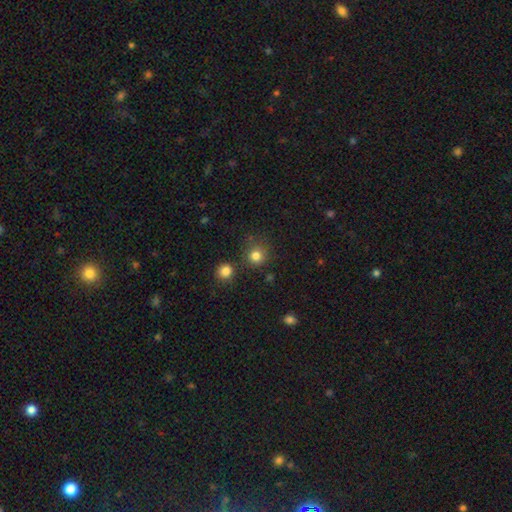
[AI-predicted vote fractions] smooth-or-featured: smooth: 81% | star or artifact: 14% | featured or disk: 5%
  how-rounded: round: 92% | in between: 7% | cigar-shaped: 1%
  merging: none: 78% | minor disturbance: 9% | merger: 9% | major disturbance: 4%